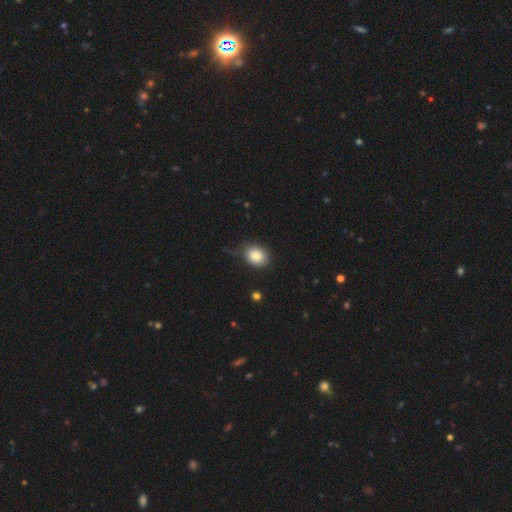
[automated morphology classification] A smooth galaxy with no disk features (84%) that is in between round and cigar-shaped (57%). Merging: none (69%).